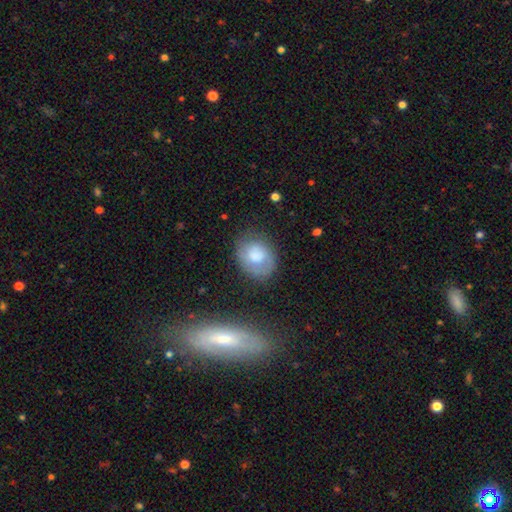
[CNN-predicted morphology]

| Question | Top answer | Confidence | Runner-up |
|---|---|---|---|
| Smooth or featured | smooth | 63% | featured or disk (29%) |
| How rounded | round | 51% | in between (48%) |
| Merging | none | 64% | minor disturbance (23%) |